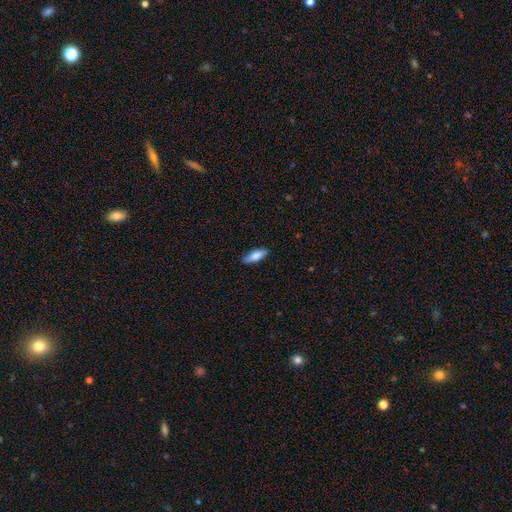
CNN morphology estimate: Overall: smooth (75%). How rounded: in between (63%; cigar-shaped 35%). Merging: none (87%).